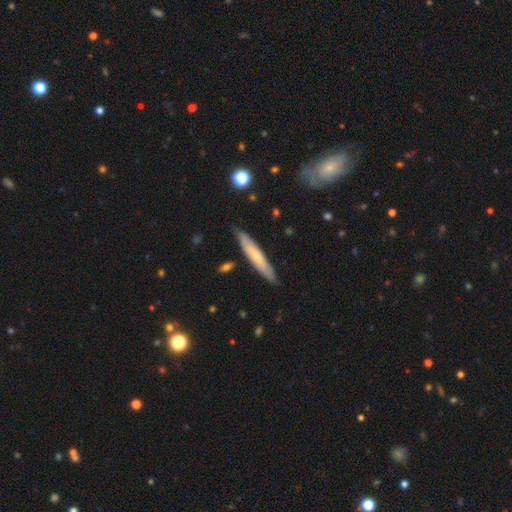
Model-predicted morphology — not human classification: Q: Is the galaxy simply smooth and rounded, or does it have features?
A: smooth — 53%.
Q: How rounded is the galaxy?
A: cigar-shaped — 89%.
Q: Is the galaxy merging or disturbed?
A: none — 83%.